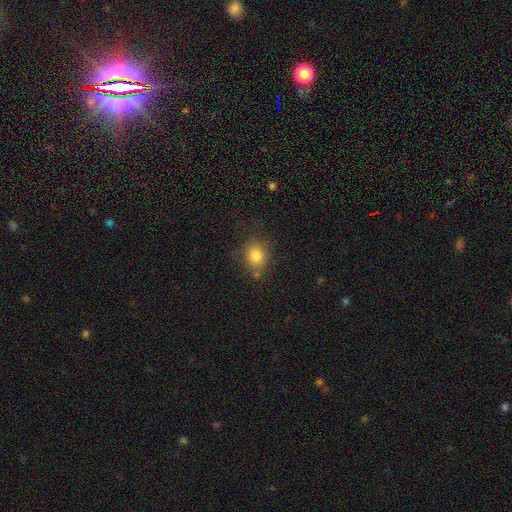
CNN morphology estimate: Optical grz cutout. It shows a smooth galaxy with no disk features (82%) that is round (66%). Merging: none (74%).